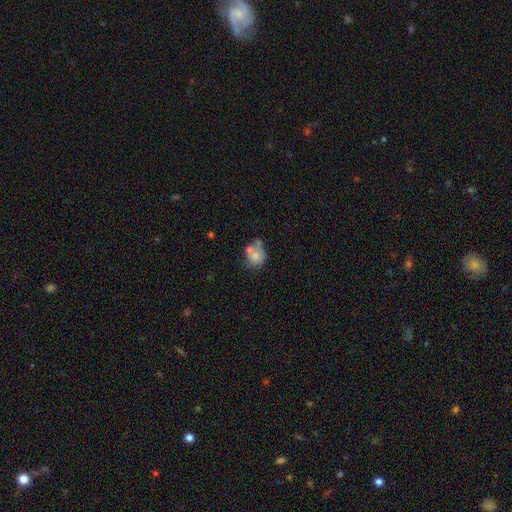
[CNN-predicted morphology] Smooth or featured? smooth (64%)
How rounded? round (56%)
Merging? merger (35%)